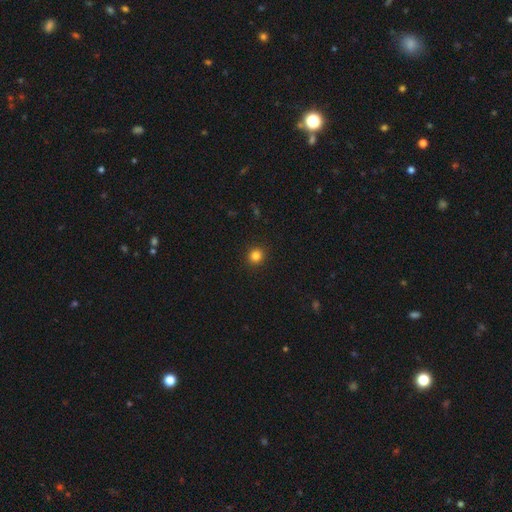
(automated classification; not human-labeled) Overall: smooth (83%). How rounded: round (90%). Merging: none (92%).